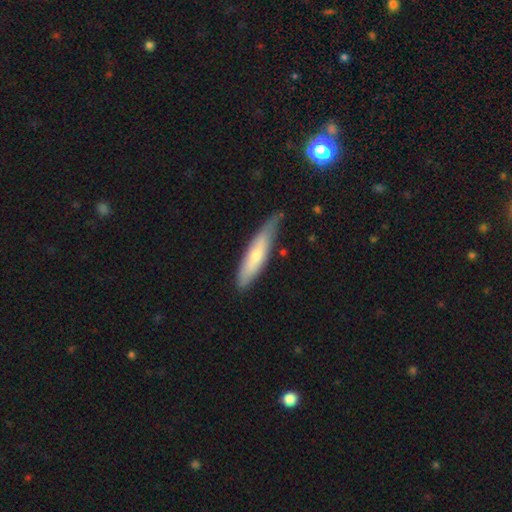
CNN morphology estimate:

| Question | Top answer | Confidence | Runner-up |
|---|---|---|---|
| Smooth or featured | smooth | 61% | featured or disk (34%) |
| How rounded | cigar-shaped | 74% | in between (25%) |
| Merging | none | 61% | minor disturbance (30%) |